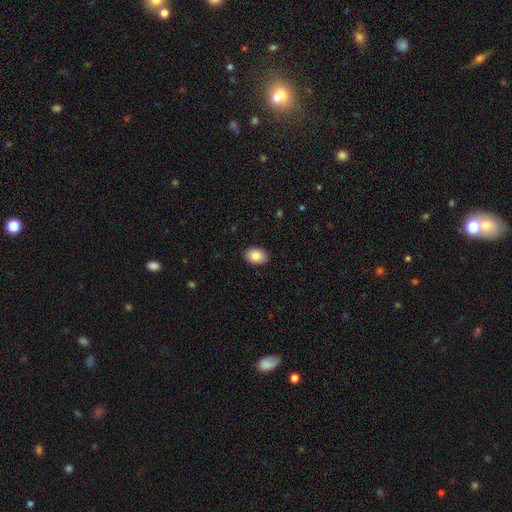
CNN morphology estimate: A smooth galaxy with no disk features (87%) that is in between round and cigar-shaped (80%).

Vote fractions:
- Smooth or featured? smooth: 87% / star or artifact: 7% / featured or disk: 6%
- How rounded? in between: 80% / round: 19% / cigar-shaped: 1%
- Merging? none: 89% / minor disturbance: 8% / major disturbance: 2% / merger: 1%